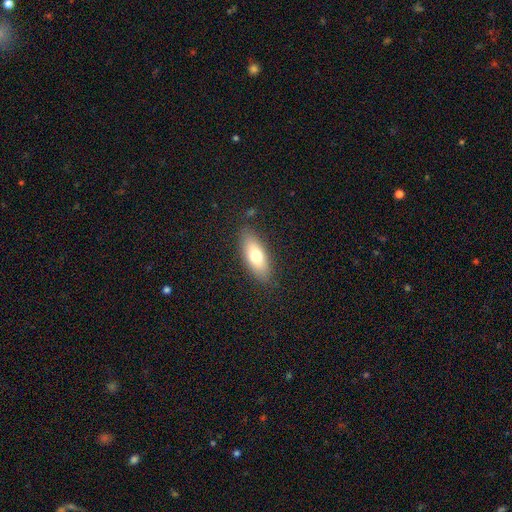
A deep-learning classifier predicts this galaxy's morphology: type=smooth (71%); roundness=in between (72%); merging=none (85%).